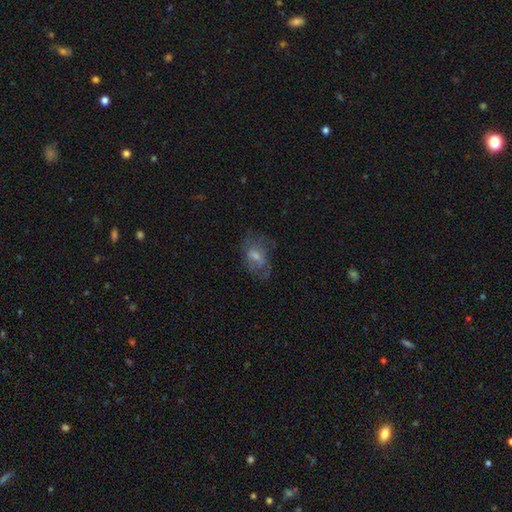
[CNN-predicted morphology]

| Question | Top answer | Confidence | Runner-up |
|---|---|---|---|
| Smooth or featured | featured or disk | 49% | smooth (40%) |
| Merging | none | 50% | major disturbance (26%) |